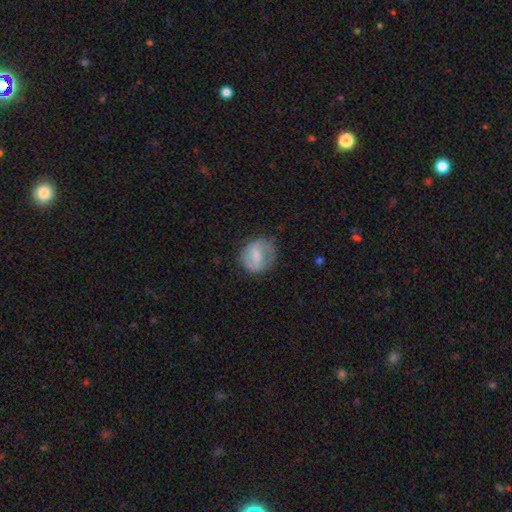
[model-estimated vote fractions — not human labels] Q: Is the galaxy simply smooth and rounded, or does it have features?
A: smooth — 48%.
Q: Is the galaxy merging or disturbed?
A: none — 69%.